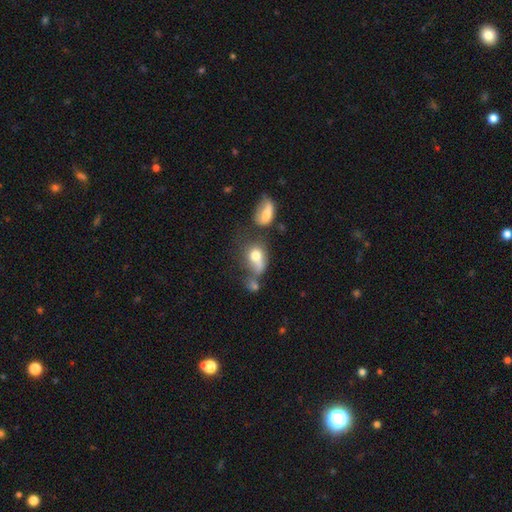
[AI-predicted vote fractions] Overall: smooth (67%). How rounded: in between (60%; round 37%). Merging: merger (41%; major disturbance 24%).